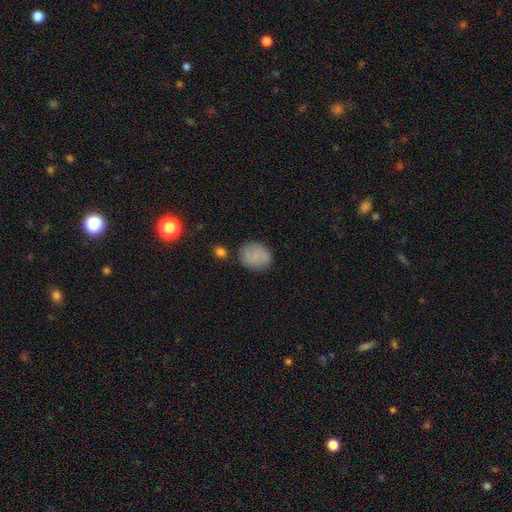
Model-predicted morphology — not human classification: Smooth or featured: smooth — 82% (star or artifact — 9%)
How rounded: round — 54% (in between — 45%)
Merging: none — 77% (minor disturbance — 15%)